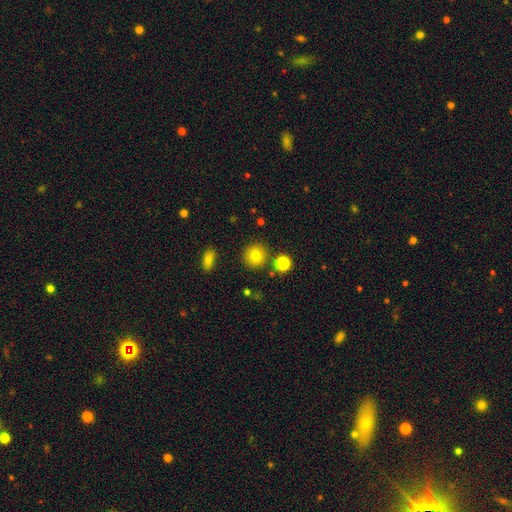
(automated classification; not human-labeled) smooth-or-featured: smooth: 78% | star or artifact: 12% | featured or disk: 9%
  how-rounded: round: 89% | in between: 10% | cigar-shaped: 1%
  merging: none: 85% | minor disturbance: 8% | merger: 5% | major disturbance: 3%